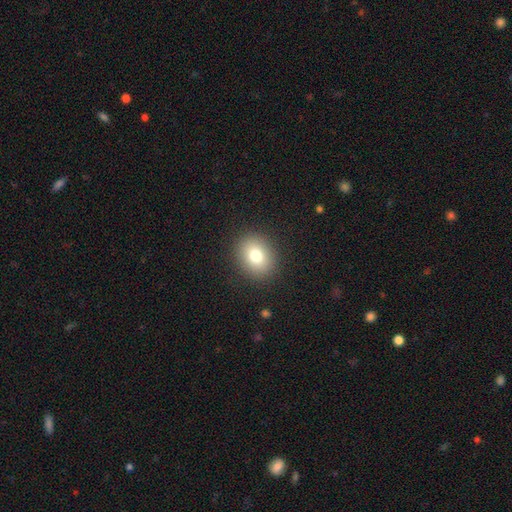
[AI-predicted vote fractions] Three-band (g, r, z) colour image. It shows a smooth galaxy with no disk features (78%) that is round (57%). Merging: none (89%).